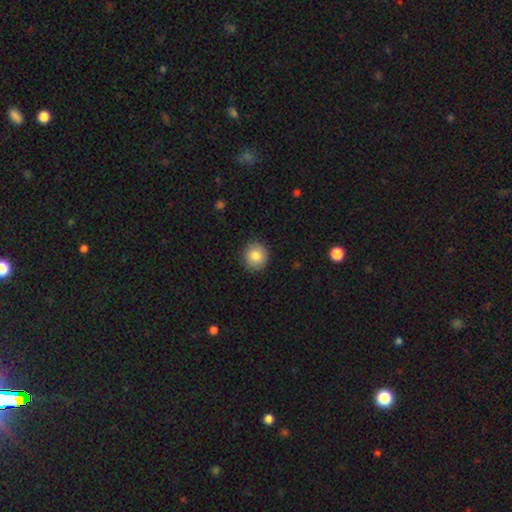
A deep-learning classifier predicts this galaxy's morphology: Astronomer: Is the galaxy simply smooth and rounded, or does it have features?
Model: smooth — 84%.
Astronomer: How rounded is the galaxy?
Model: round — 90%.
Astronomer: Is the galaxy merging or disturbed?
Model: none — 90%.